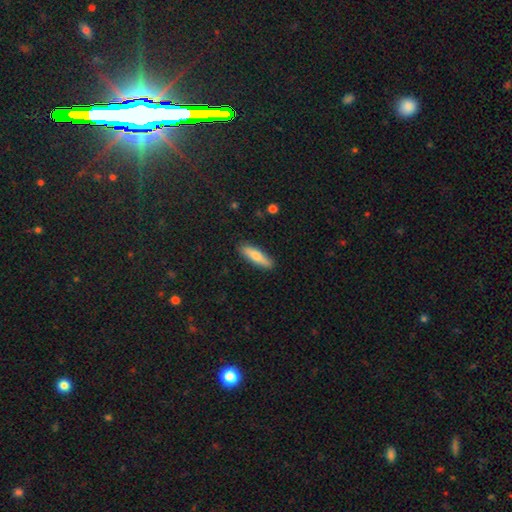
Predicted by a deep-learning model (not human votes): Morphology: type=smooth (73%); roundness=cigar-shaped (69%); merging=none (88%).